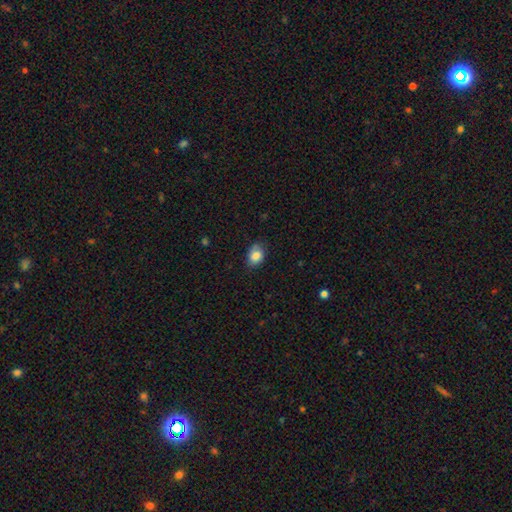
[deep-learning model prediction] Morphology: type=smooth (84%); roundness=in between (67%); merging=none (74%).